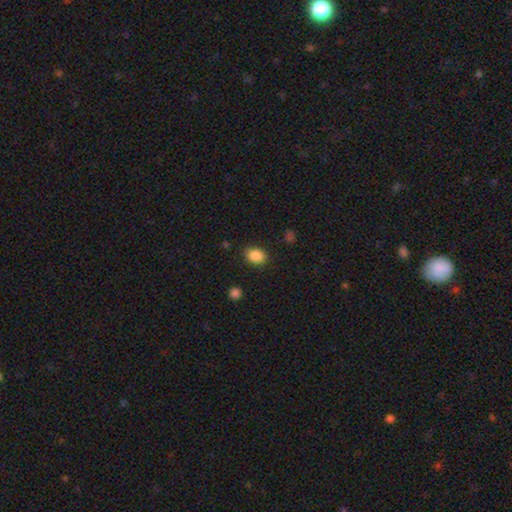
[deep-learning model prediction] This appears to be a smooth galaxy with no disk features (87%) that is in between round and cigar-shaped (77%). Merging: none (86%).